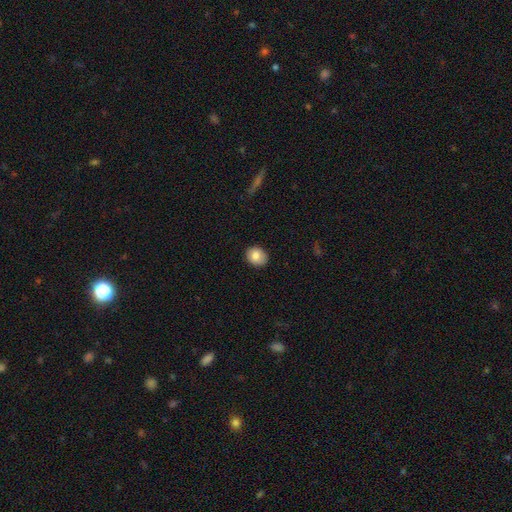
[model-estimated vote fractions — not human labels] A smooth galaxy with no disk features (82%) that is round (54%).

Vote fractions:
- Smooth or featured? smooth: 82% / featured or disk: 11% / star or artifact: 8%
- How rounded? round: 54% / in between: 45% / cigar-shaped: 1%
- Merging? none: 87% / minor disturbance: 10% / major disturbance: 2% / merger: 1%